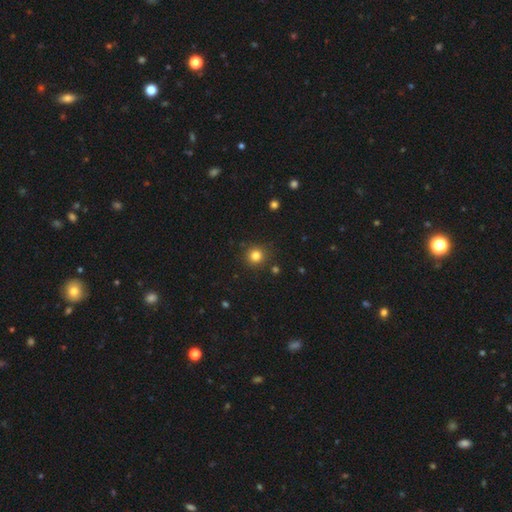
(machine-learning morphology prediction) This appears to be a smooth galaxy with no disk features (81%) that is round (93%). Merging: none (89%).